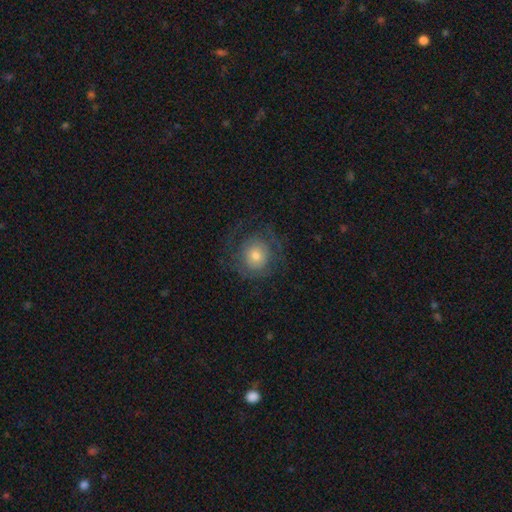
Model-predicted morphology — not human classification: Overall: smooth (48%; featured or disk 42%). Merging: none (67%).